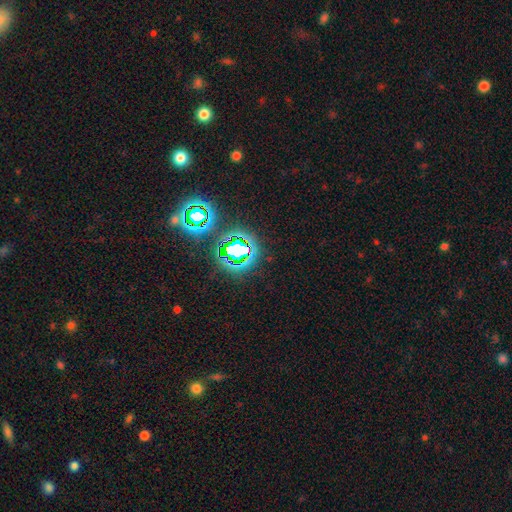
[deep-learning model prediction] Q: Smooth or featured?
A: star or artifact (77%); runner-up: smooth (16%)